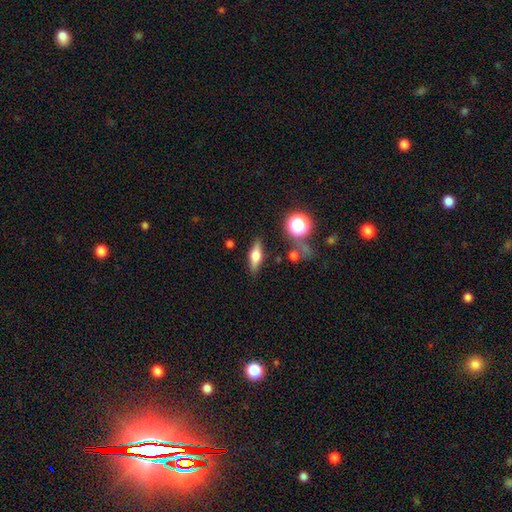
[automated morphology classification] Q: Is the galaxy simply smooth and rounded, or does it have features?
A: featured or disk — 47%.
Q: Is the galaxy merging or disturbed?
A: none — 83%.